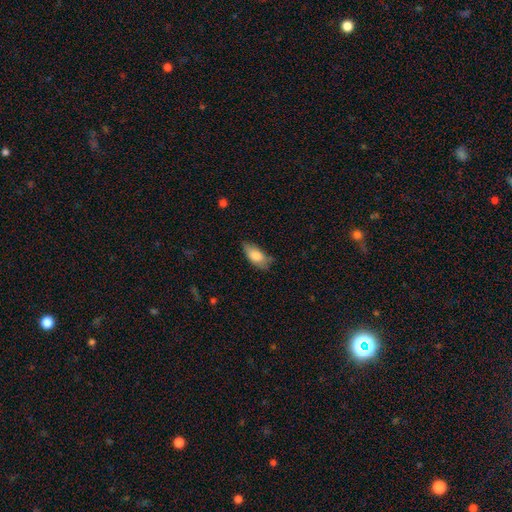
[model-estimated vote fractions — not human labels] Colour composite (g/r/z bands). It shows a smooth galaxy with no disk features (81%) that is in between round and cigar-shaped (87%). Merging: none (59%).